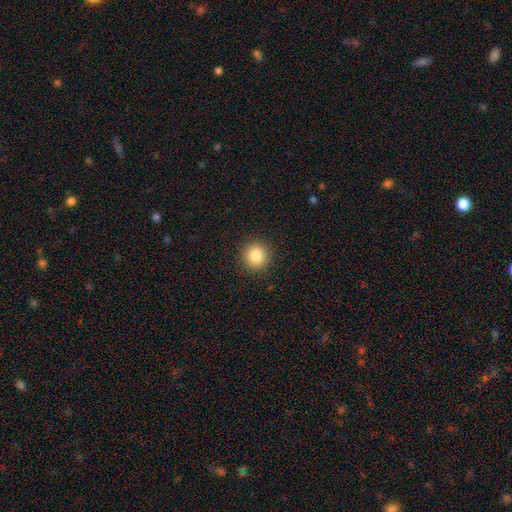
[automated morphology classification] This is clearly a smooth galaxy (84%). How rounded: clearly round (93%). Merging: clearly none (92%).